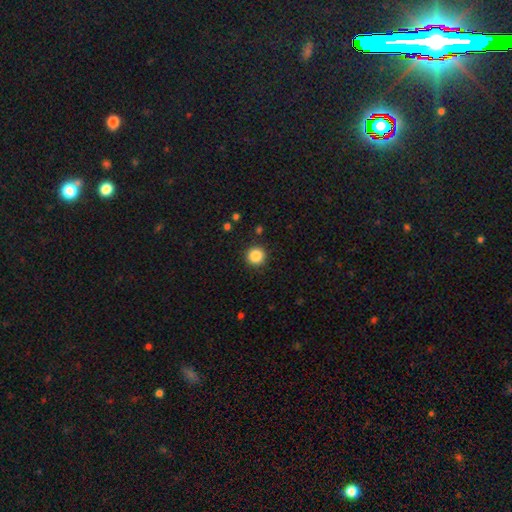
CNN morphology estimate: Smooth or featured?
  - smooth: 86% *
  - star or artifact: 10%
  - featured or disk: 4%
How rounded?
  - round: 95% *
  - in between: 4%
  - cigar-shaped: 1%
Merging?
  - none: 92% *
  - minor disturbance: 5%
  - major disturbance: 2%
  - merger: 1%